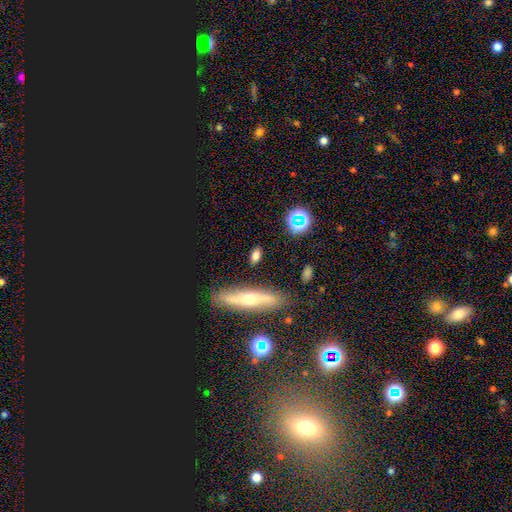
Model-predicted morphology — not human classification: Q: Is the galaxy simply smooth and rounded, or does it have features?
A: smooth — 67%.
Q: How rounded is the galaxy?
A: in between — 65%.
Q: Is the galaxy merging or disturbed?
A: none — 83%.